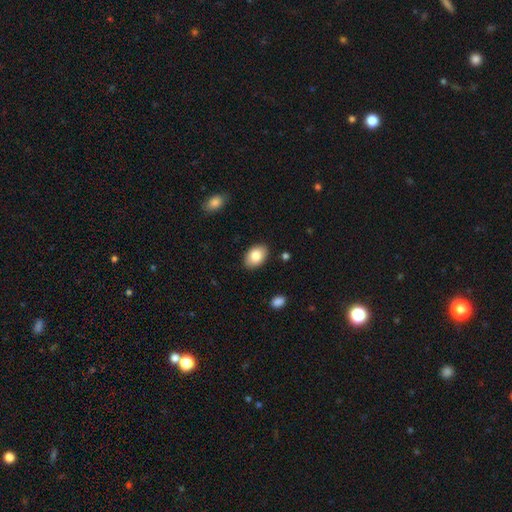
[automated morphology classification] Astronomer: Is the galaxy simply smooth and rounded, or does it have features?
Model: smooth — 83%.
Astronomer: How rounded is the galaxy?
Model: in between — 87%.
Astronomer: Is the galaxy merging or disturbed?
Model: none — 88%.